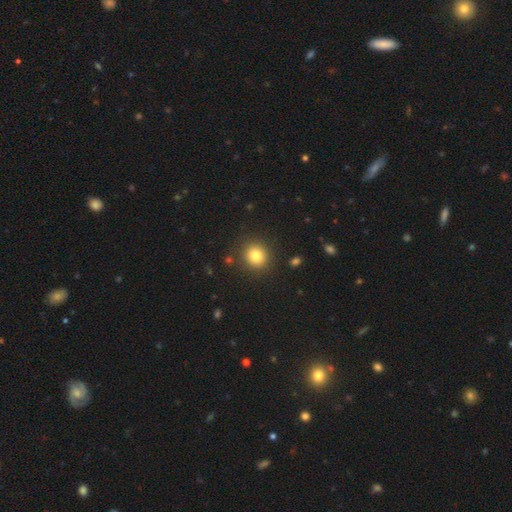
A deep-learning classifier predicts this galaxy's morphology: Smooth or featured? Predicted: smooth (p=0.81). How rounded? Predicted: round (p=0.88). Merging? Predicted: none (p=0.89).